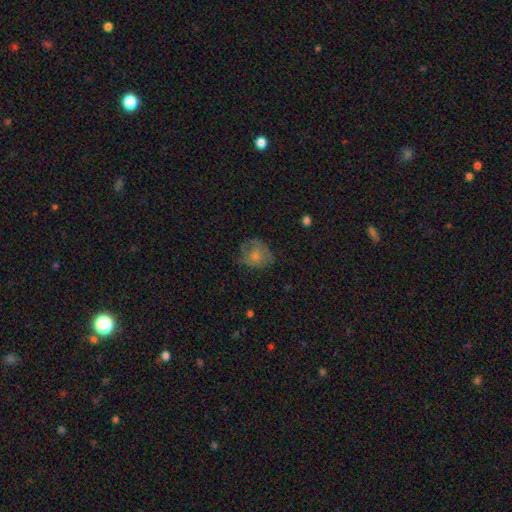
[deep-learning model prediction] Morphology: type=smooth (61%); roundness=round (66%); merging=none (52%).